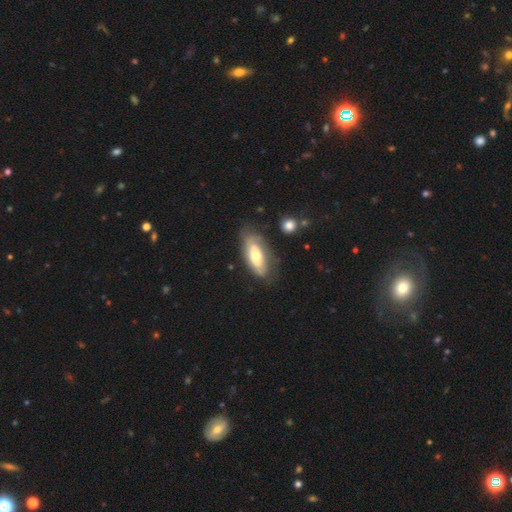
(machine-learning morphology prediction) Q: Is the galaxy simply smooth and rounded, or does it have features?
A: featured or disk — 51%.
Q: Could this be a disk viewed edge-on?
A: no — 82%.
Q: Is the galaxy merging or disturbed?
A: none — 65%.